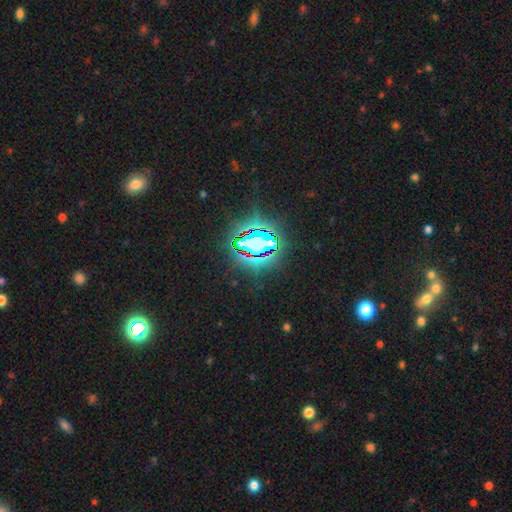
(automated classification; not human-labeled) Smooth or featured? star or artifact (81%)